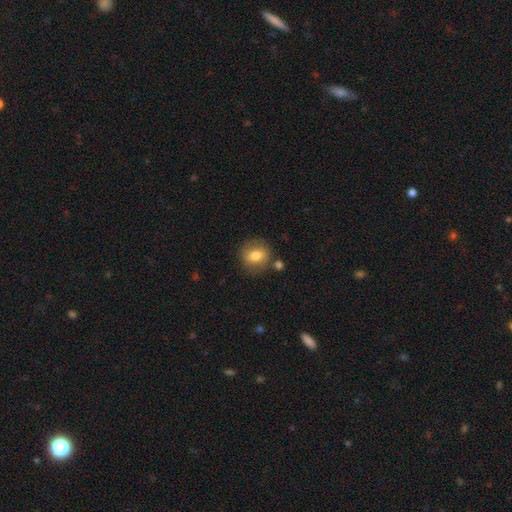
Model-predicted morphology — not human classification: Smooth or featured? Predicted: smooth (p=0.75). How rounded? Predicted: round (p=0.75). Merging? Predicted: none (p=0.78).